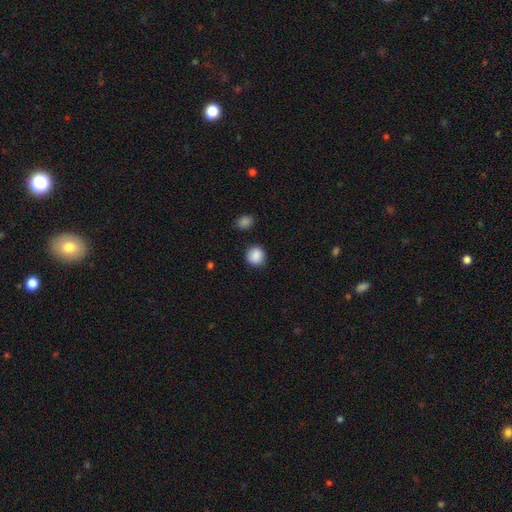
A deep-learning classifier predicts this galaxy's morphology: smooth-or-featured: smooth: 89% | star or artifact: 8% | featured or disk: 3%
  how-rounded: round: 87% | in between: 12% | cigar-shaped: 1%
  merging: none: 87% | minor disturbance: 9% | major disturbance: 2% | merger: 2%